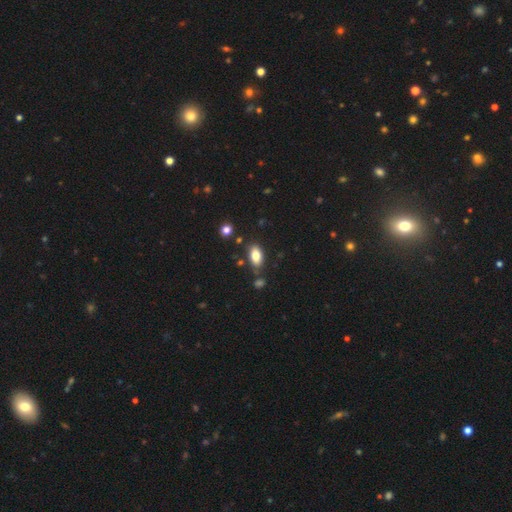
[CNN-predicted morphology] type=smooth (82%); roundness=in between (91%); merging=none (79%).